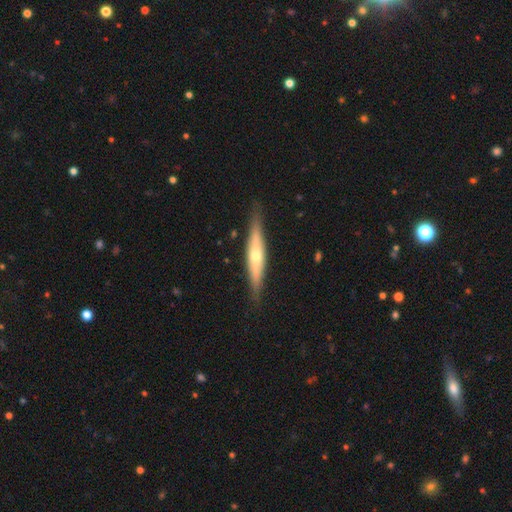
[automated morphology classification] smooth-or-featured: featured or disk: 59% | smooth: 35% | star or artifact: 6%
  disk-edge-on: yes: 90% | no: 10%
    edge-on-bulge: rounded: 81% | none: 13% | boxy: 6%
  merging: none: 85% | minor disturbance: 11% | major disturbance: 2% | merger: 1%